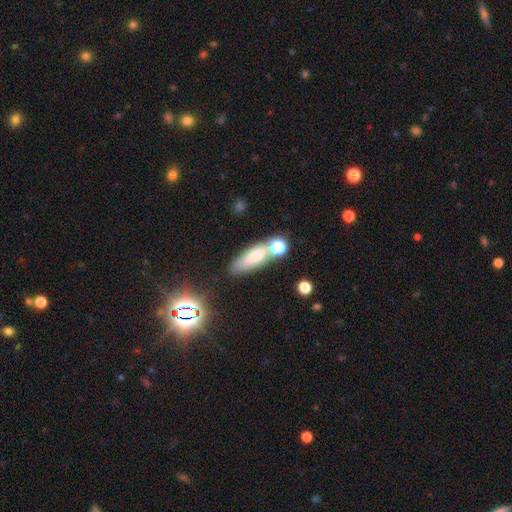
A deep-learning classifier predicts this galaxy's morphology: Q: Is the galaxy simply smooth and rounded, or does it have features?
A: smooth — 69%.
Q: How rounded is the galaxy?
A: in between — 55%.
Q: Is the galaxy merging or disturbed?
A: none — 55%.